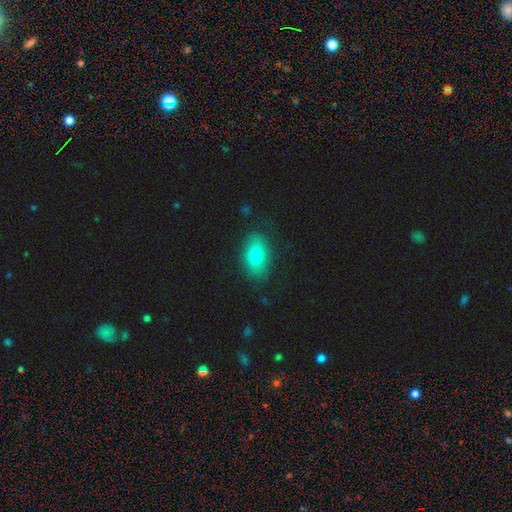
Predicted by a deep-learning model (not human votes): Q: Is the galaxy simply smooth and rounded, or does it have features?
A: smooth — 77%.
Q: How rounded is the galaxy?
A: in between — 88%.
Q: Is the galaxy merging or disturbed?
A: none — 83%.